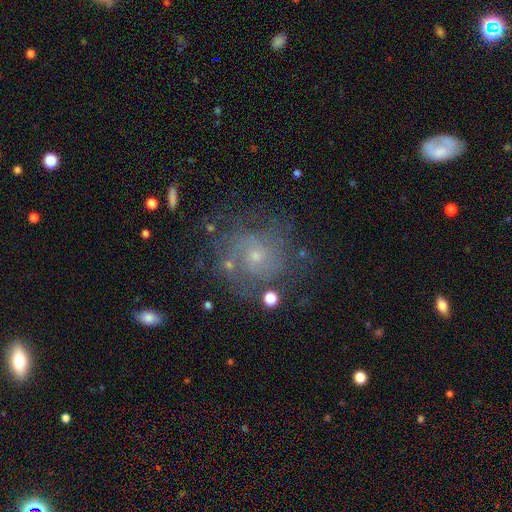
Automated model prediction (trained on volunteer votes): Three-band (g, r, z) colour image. It shows a featured or disk galaxy (67%) with no bar (79%), tight (57%) spiral arms (84%) and a small central bulge (77%). Merging: none (70%).